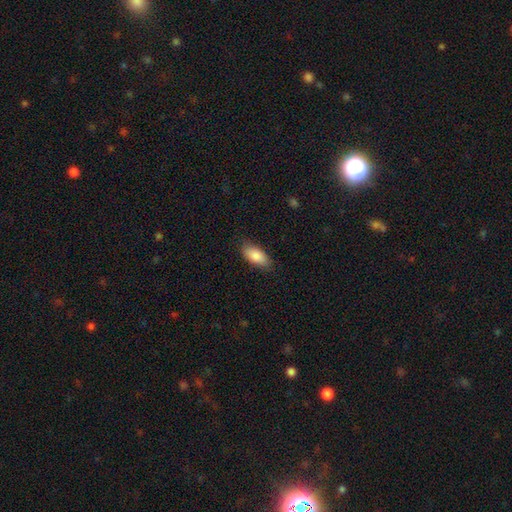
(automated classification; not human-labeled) Smooth or featured? Predicted: smooth (p=0.86). How rounded? Predicted: in between (p=0.88). Merging? Predicted: none (p=0.83).